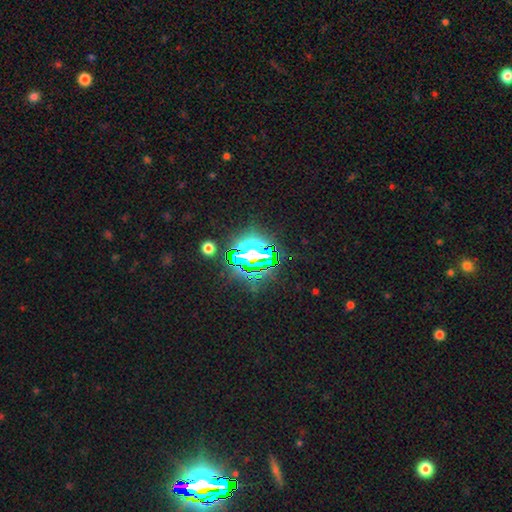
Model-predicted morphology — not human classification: A star or artifact, not a galaxy (80%).